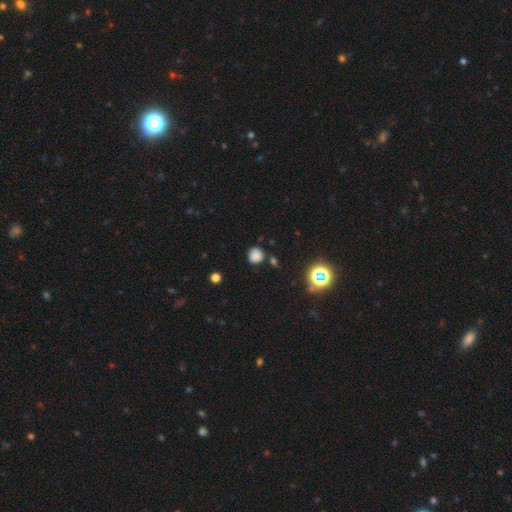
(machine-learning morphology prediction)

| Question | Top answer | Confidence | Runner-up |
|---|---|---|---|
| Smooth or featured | smooth | 79% | star or artifact (17%) |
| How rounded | round | 88% | in between (11%) |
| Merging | none | 80% | minor disturbance (12%) |